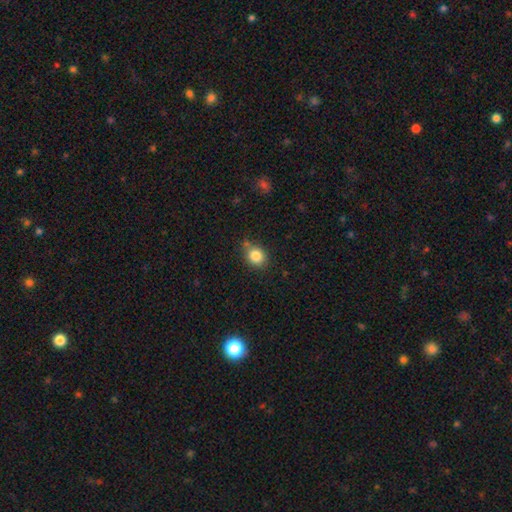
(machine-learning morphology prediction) smooth 84%, star or artifact 10%, featured or disk 7%. Down the decision tree: how rounded — round (58%); merging — none (74%).